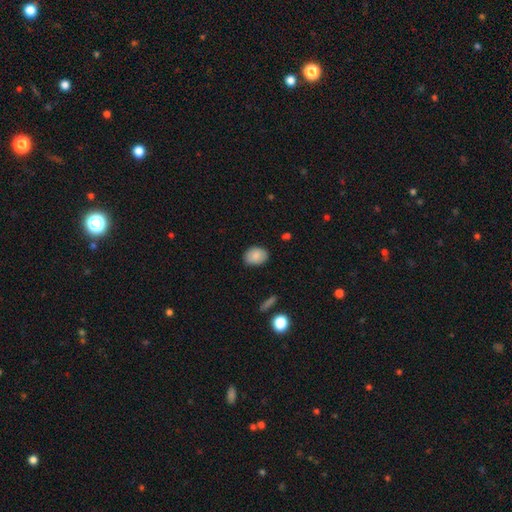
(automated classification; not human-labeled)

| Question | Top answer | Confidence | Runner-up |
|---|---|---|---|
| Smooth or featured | smooth | 87% | star or artifact (7%) |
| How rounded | in between | 73% | round (26%) |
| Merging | none | 84% | minor disturbance (12%) |